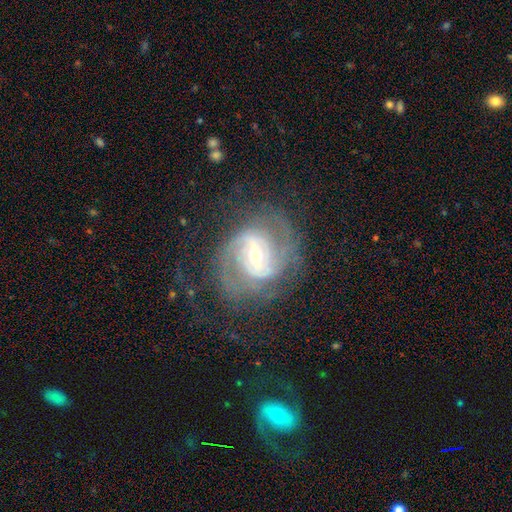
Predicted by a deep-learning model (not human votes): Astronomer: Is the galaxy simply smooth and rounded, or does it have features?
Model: featured or disk — 88%.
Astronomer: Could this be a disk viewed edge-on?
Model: no — 97%.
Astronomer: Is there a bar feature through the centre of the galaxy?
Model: weak — 47% (runner-up: strong, 33%).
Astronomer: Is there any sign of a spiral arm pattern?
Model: yes — 97%.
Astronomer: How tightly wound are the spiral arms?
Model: medium — 46% (runner-up: tight, 41%).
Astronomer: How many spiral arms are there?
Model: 2 — 59%.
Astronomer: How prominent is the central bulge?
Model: small — 51% (runner-up: moderate, 44%).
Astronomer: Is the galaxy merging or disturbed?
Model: none — 67%.